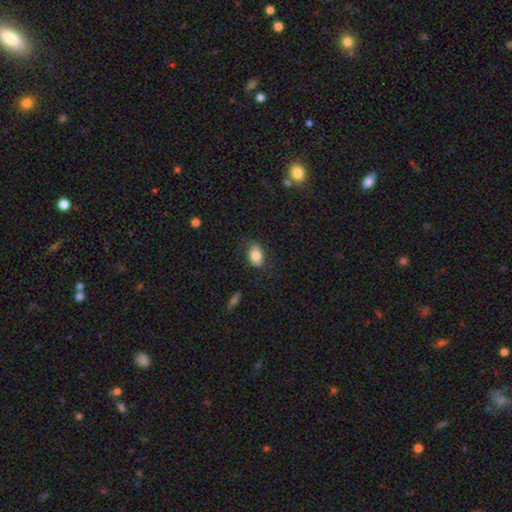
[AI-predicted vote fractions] A smooth galaxy with no disk features (79%) that is in between round and cigar-shaped (90%). Merging: none (69%).